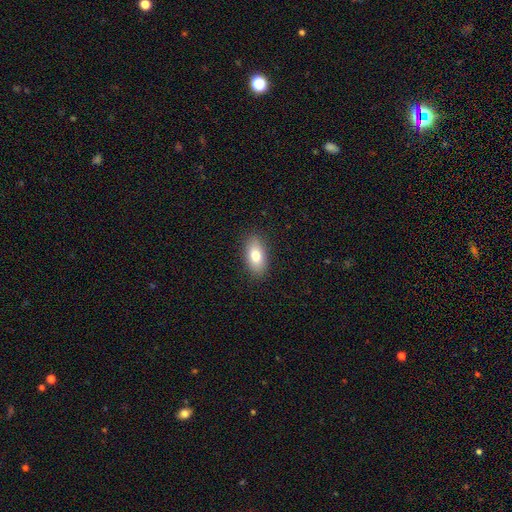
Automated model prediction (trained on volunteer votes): A smooth galaxy with no disk features (78%) that is in between round and cigar-shaped (88%). Merging: none (88%).